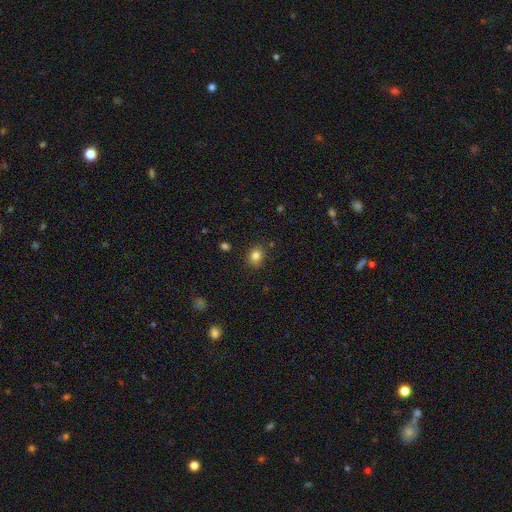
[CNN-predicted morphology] Smooth or featured: smooth — 83% (star or artifact — 12%)
How rounded: round — 62% (in between — 38%)
Merging: none — 85% (minor disturbance — 11%)